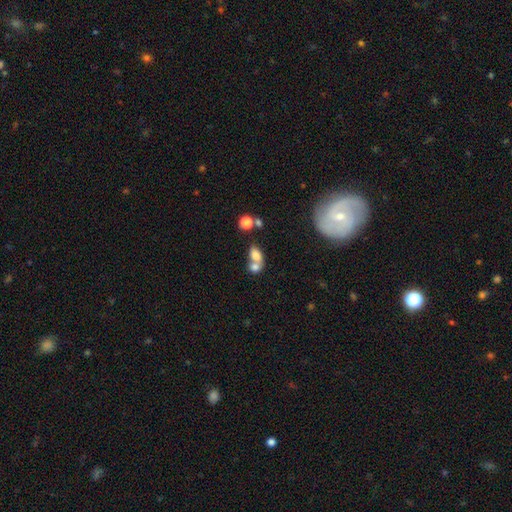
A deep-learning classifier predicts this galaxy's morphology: smooth 75%, featured or disk 15%, star or artifact 10%. Down the decision tree: how rounded — in between (73%); merging — merger (64%).